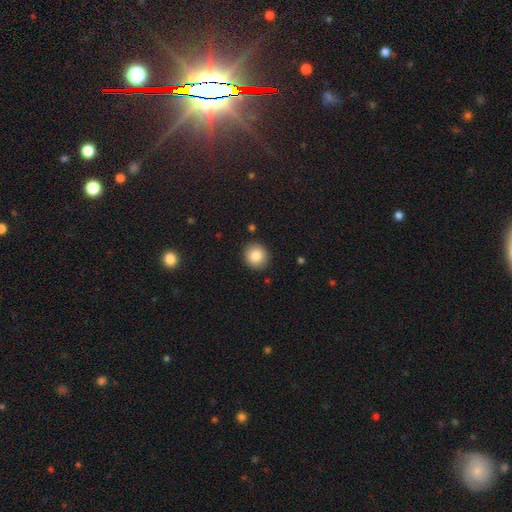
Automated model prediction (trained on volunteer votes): Morphology: type=smooth (85%); roundness=round (88%); merging=none (90%).